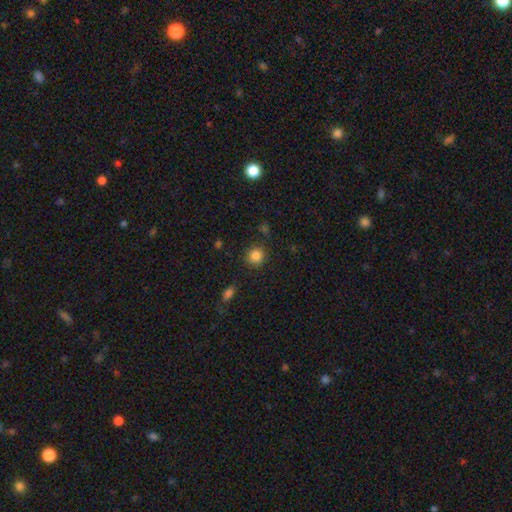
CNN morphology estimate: smooth-or-featured: smooth: 85% | star or artifact: 11% | featured or disk: 4%
  how-rounded: round: 90% | in between: 9% | cigar-shaped: 1%
  merging: none: 86% | minor disturbance: 9% | major disturbance: 3% | merger: 2%